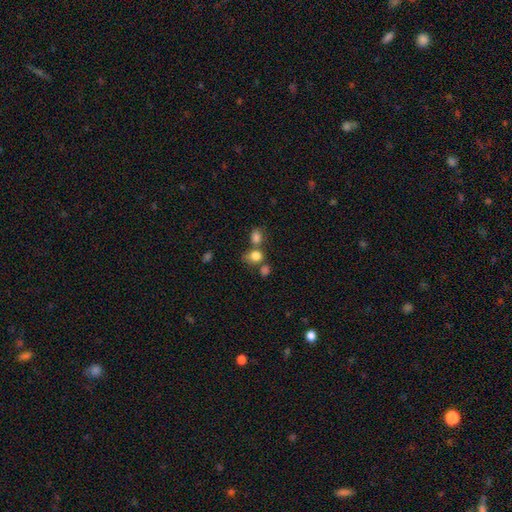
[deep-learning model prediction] smooth 80%, star or artifact 12%, featured or disk 8%. Down the decision tree: how rounded — round (58%); merging — none (43%).